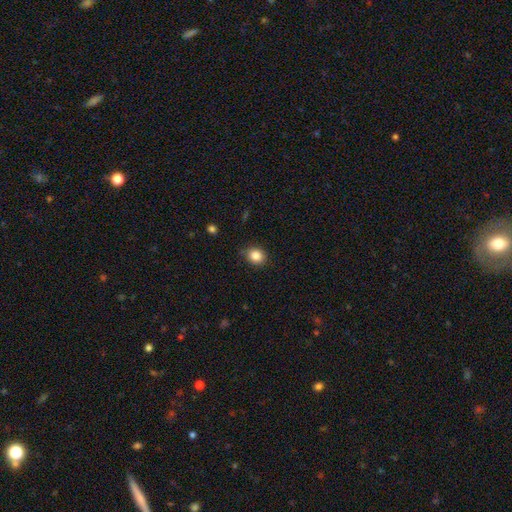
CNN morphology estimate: Smooth or featured?
  - smooth: 85% *
  - star or artifact: 10%
  - featured or disk: 5%
How rounded?
  - round: 71% *
  - in between: 28%
  - cigar-shaped: 1%
Merging?
  - none: 84% *
  - minor disturbance: 13%
  - major disturbance: 2%
  - merger: 1%